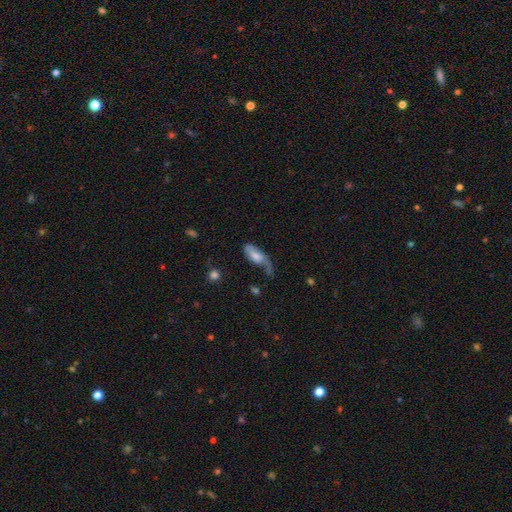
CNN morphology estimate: This is possibly a smooth galaxy (57%). How rounded: clearly in between (80%). Merging: marginally major disturbance (37%).